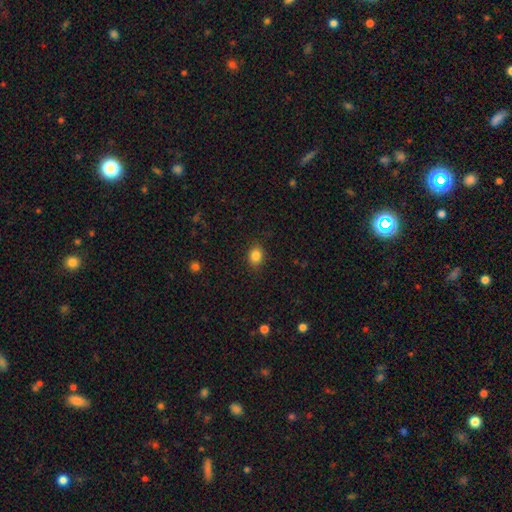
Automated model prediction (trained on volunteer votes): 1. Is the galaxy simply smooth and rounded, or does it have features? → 85% smooth, 10% star or artifact, 5% featured or disk.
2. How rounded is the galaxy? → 52% in between, 47% round, 1% cigar-shaped.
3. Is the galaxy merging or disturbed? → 88% none, 9% minor disturbance, 3% major disturbance, 1% merger.